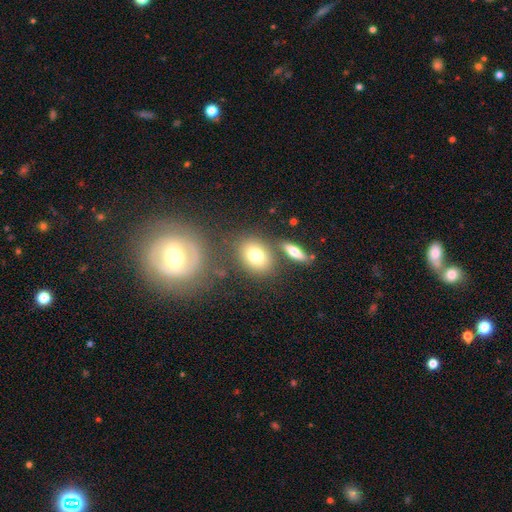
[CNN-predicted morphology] A smooth galaxy with no disk features (76%) that is in between round and cigar-shaped (58%).

Vote fractions:
- Smooth or featured? smooth: 76% / featured or disk: 14% / star or artifact: 10%
- How rounded? in between: 58% / round: 40% / cigar-shaped: 2%
- Merging? none: 71% / merger: 13% / minor disturbance: 12% / major disturbance: 5%